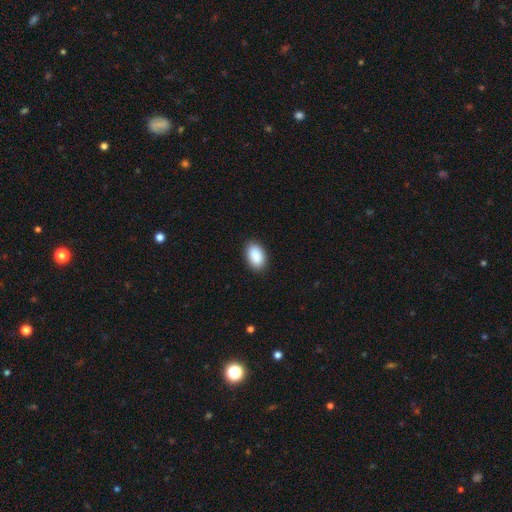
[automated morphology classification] smooth-or-featured: smooth: 91% | star or artifact: 6% | featured or disk: 3%
  how-rounded: in between: 93% | round: 6% | cigar-shaped: 1%
  merging: none: 88% | minor disturbance: 9% | major disturbance: 2% | merger: 1%